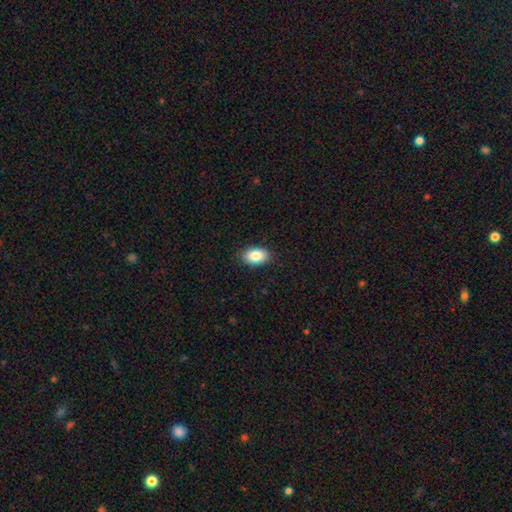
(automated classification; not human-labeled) Overall: smooth (87%). How rounded: in between (91%). Merging: none (88%).